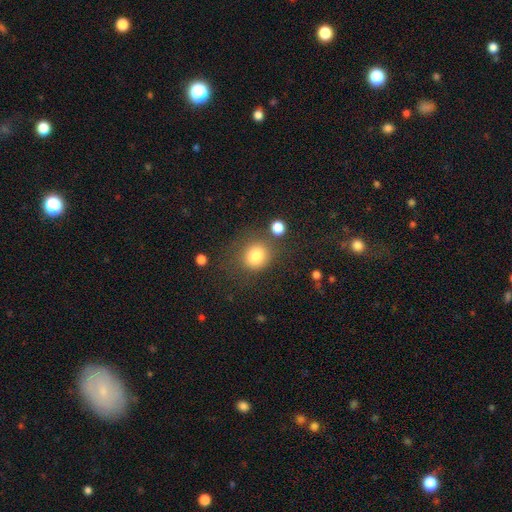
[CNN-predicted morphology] Q: Smooth or featured?
A: smooth (81%); runner-up: star or artifact (11%)
Q: How rounded?
A: round (80%); runner-up: in between (19%)
Q: Merging?
A: none (69%); runner-up: minor disturbance (15%)